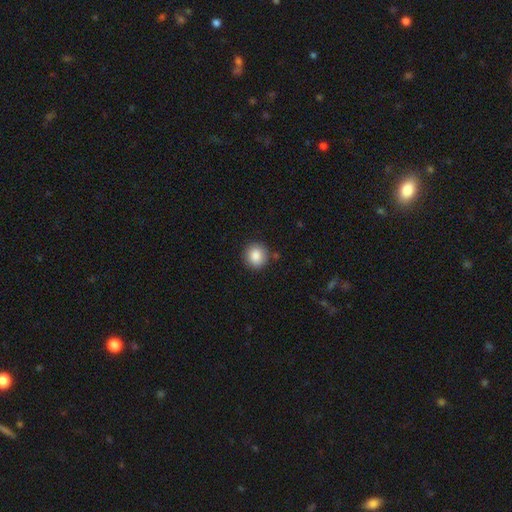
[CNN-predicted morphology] Smooth or featured?
  - smooth: 87% *
  - star or artifact: 8%
  - featured or disk: 5%
How rounded?
  - round: 91% *
  - in between: 8%
  - cigar-shaped: 1%
Merging?
  - none: 88% *
  - minor disturbance: 7%
  - merger: 2%
  - major disturbance: 2%